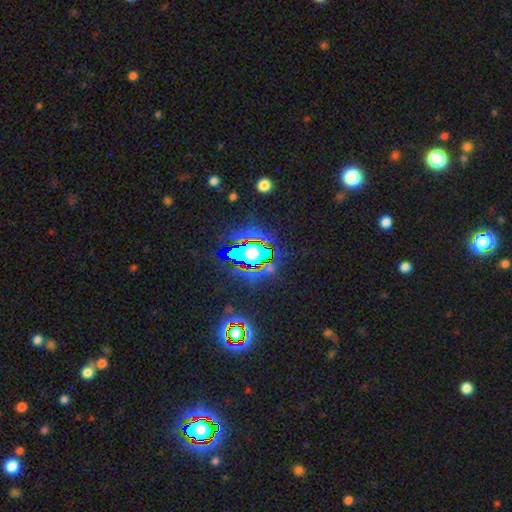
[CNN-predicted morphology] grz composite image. It shows a star or artifact, not a galaxy (62%).